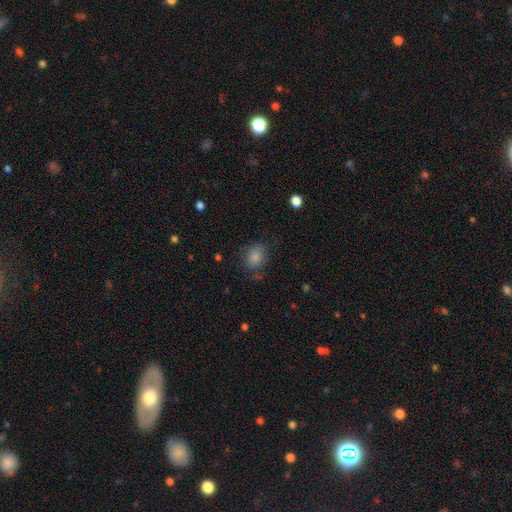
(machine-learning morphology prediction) Q: Smooth or featured?
A: smooth (74%); runner-up: star or artifact (16%)
Q: How rounded?
A: round (52%); runner-up: in between (47%)
Q: Merging?
A: none (70%); runner-up: minor disturbance (19%)